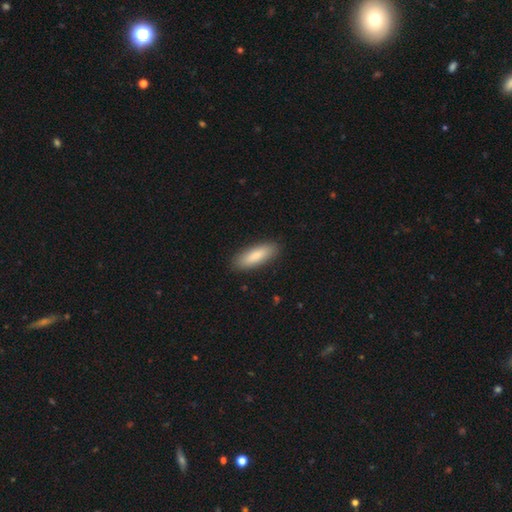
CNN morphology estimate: smooth-or-featured: smooth: 86% | featured or disk: 8% | star or artifact: 6%
  how-rounded: in between: 55% | cigar-shaped: 44% | round: 2%
  merging: none: 88% | minor disturbance: 9% | major disturbance: 2% | merger: 1%